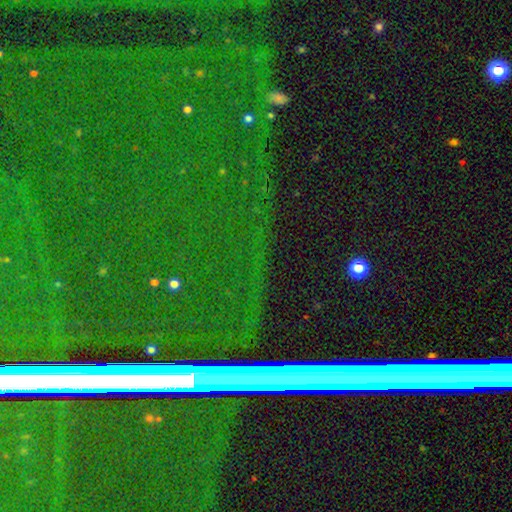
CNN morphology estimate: The model was most divided on "smooth or featured": star or artifact: 75%, featured or disk: 13%, smooth: 12%.